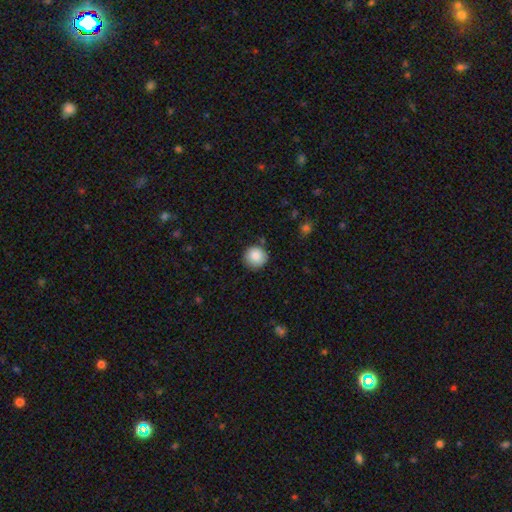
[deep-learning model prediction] Smooth or featured? smooth (87%)
How rounded? round (94%)
Merging? none (85%)